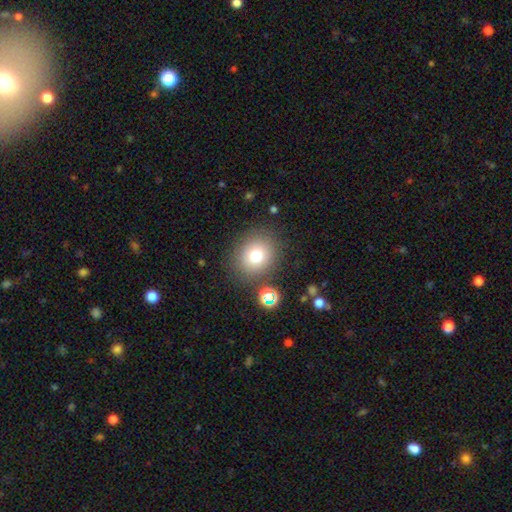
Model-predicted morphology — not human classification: A smooth galaxy with no disk features (76%) that is round (77%). Merging: none (82%).